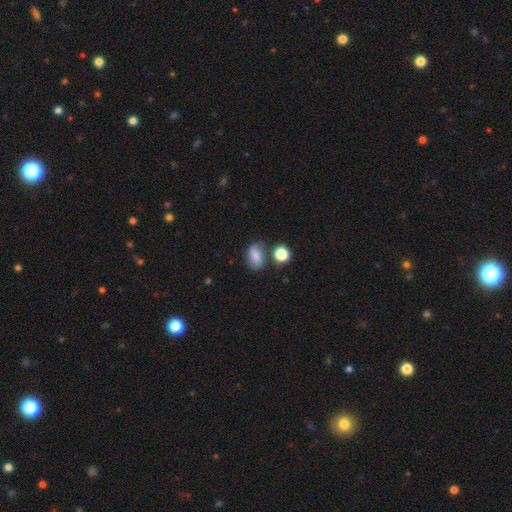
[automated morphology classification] Overall: smooth (70%). How rounded: in between (78%). Merging: none (61%).